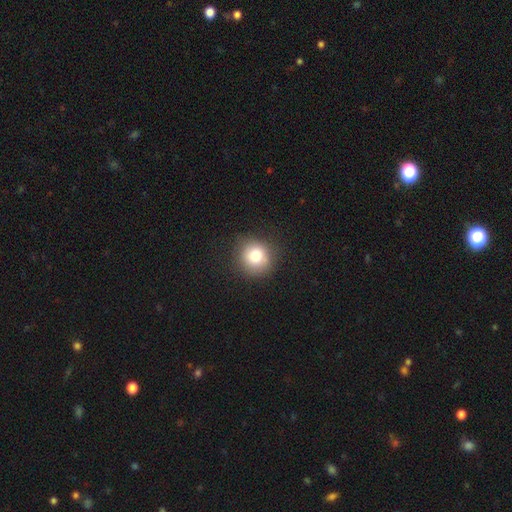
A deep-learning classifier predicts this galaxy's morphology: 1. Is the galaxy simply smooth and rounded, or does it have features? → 79% smooth, 11% star or artifact, 10% featured or disk.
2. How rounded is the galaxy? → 90% round, 9% in between, 1% cigar-shaped.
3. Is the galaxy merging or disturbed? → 85% none, 11% minor disturbance, 3% major disturbance, 1% merger.